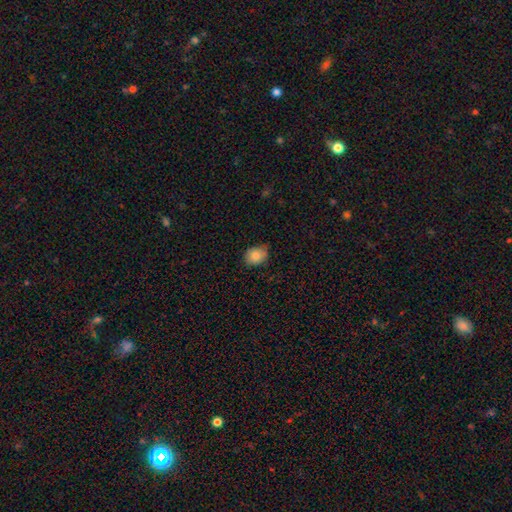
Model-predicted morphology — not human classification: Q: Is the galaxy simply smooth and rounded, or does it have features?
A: smooth — 85%.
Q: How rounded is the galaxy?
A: round — 50%.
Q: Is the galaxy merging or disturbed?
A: none — 68%.